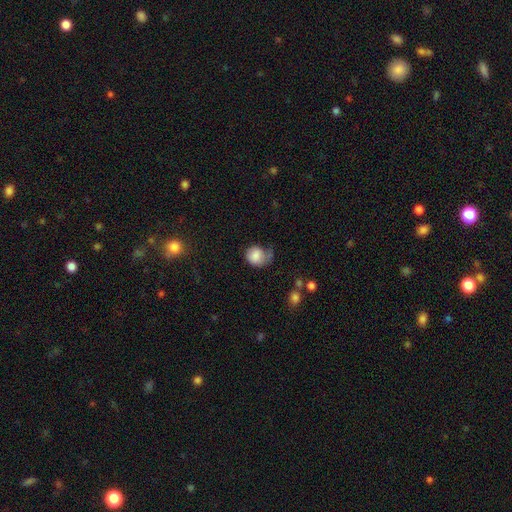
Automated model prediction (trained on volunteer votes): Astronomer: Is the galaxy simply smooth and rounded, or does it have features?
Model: smooth — 76%.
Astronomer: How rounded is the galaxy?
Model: round — 70%.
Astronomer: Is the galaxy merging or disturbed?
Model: none — 34% (runner-up: major disturbance, 32%).